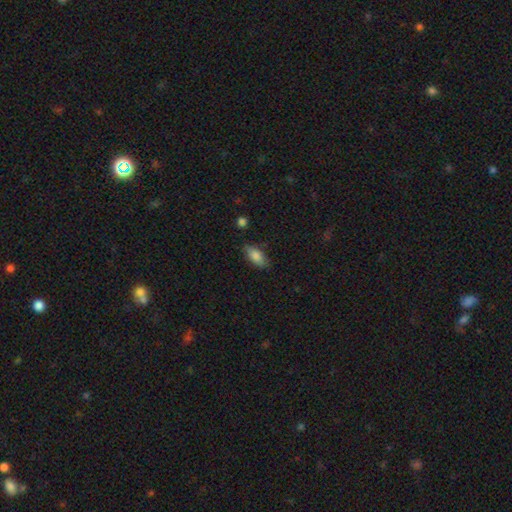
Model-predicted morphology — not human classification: type=smooth (83%); roundness=in between (87%); merging=none (79%).